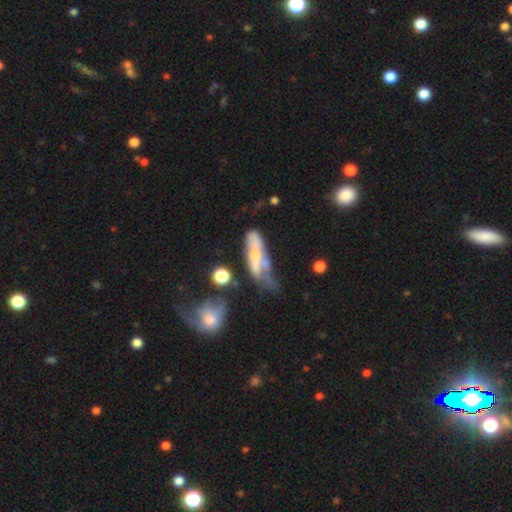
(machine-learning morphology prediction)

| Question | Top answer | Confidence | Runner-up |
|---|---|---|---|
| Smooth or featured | featured or disk | 48% | smooth (43%) |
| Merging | major disturbance | 31% | minor disturbance (25%) |